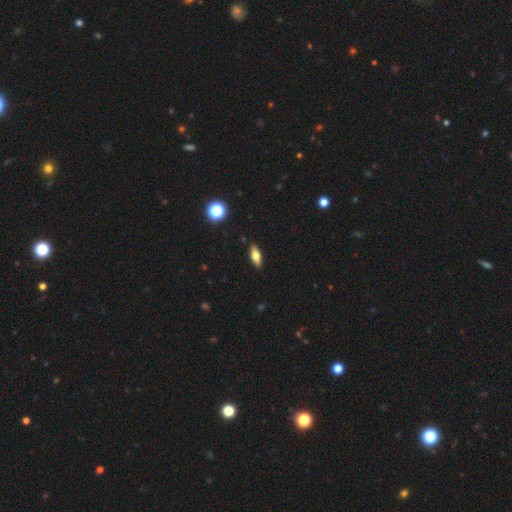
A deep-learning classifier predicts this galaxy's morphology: smooth-or-featured: smooth: 64% | featured or disk: 27% | star or artifact: 8%
  how-rounded: in between: 73% | cigar-shaped: 23% | round: 4%
  merging: none: 89% | minor disturbance: 8% | major disturbance: 2% | merger: 1%